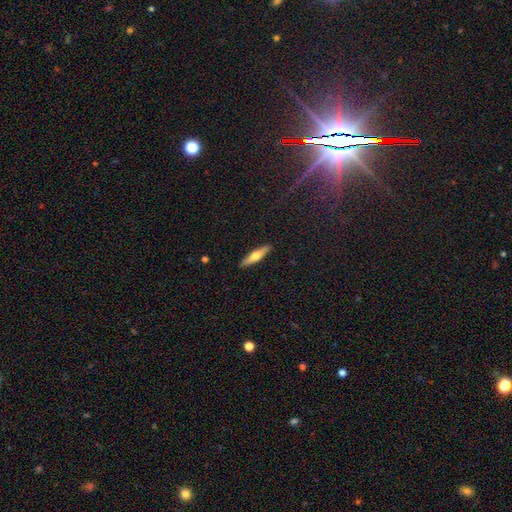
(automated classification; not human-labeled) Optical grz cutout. It shows a featured or disk galaxy (48%). Merging: none (91%).